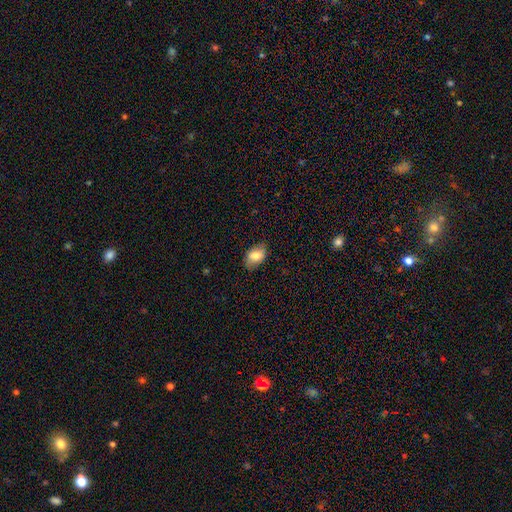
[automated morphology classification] A smooth galaxy with no disk features (77%) that is in between round and cigar-shaped (86%). Merging: none (79%).